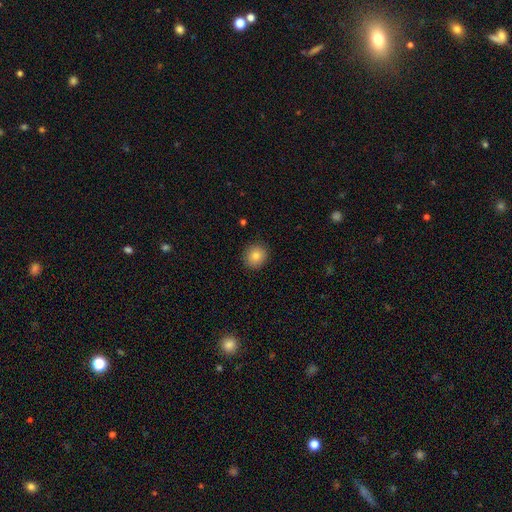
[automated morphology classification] A smooth galaxy with no disk features (83%) that is round (86%).

Vote fractions:
- Smooth or featured? smooth: 83% / star or artifact: 10% / featured or disk: 7%
- How rounded? round: 86% / in between: 13% / cigar-shaped: 1%
- Merging? none: 91% / minor disturbance: 7% / major disturbance: 2% / merger: 1%